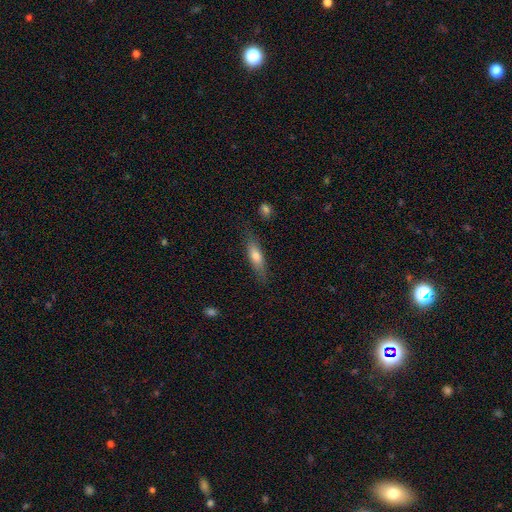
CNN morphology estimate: The model was most divided on "how rounded": cigar-shaped: 59%, in between: 39%, round: 2%. More confident: merging — none (76%); smooth or featured — smooth (68%).